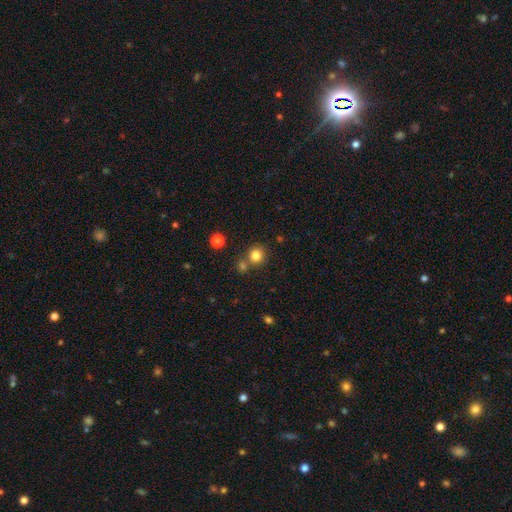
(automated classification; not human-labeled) Smooth or featured: smooth — 81% (star or artifact — 13%)
How rounded: round — 89% (in between — 10%)
Merging: none — 70% (merger — 19%)